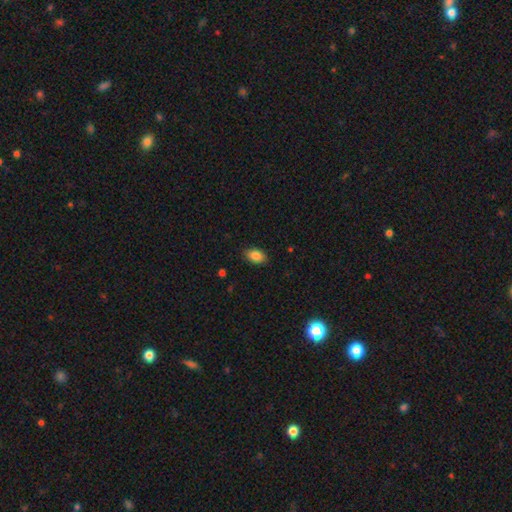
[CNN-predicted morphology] Overall: smooth (87%). How rounded: in between (87%). Merging: none (86%).